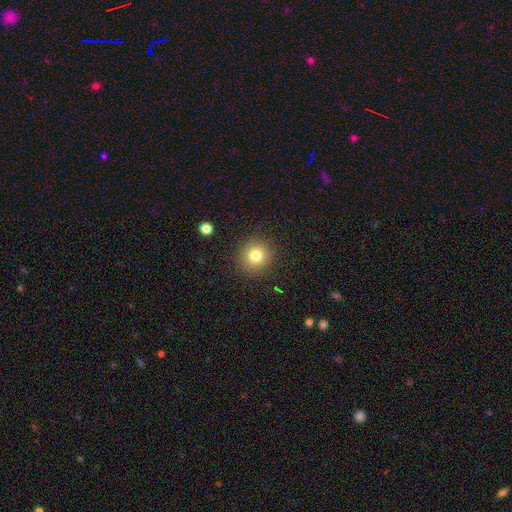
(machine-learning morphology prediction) Smooth or featured?
  - smooth: 80% *
  - star or artifact: 12%
  - featured or disk: 8%
How rounded?
  - round: 93% *
  - in between: 7%
  - cigar-shaped: 1%
Merging?
  - none: 90% *
  - minor disturbance: 6%
  - major disturbance: 3%
  - merger: 1%